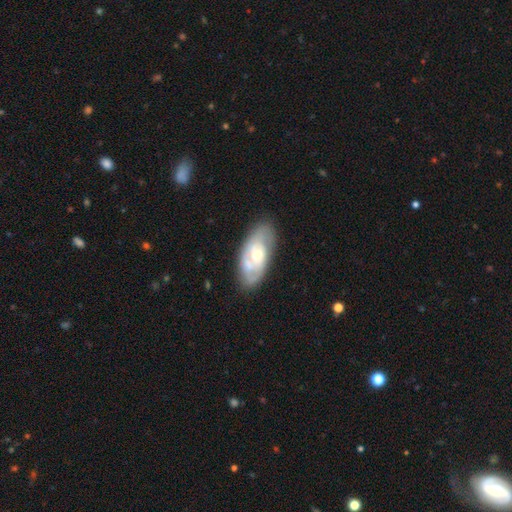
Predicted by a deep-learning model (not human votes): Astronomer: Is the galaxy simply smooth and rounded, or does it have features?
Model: featured or disk — 63%.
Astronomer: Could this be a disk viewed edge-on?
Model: no — 92%.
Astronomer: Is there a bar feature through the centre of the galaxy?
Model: no — 68%.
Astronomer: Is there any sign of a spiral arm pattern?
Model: yes — 70%.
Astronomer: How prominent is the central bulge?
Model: moderate — 50% (runner-up: small, 39%).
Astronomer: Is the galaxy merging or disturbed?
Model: none — 69%.